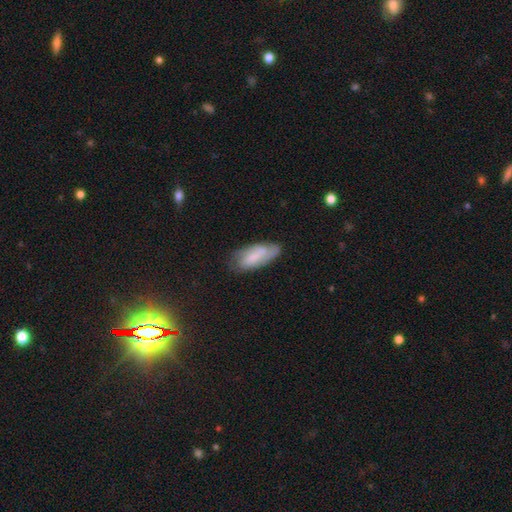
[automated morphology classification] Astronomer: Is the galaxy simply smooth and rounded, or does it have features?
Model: smooth — 49% (runner-up: featured or disk, 43%).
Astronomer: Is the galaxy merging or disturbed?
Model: none — 65%.